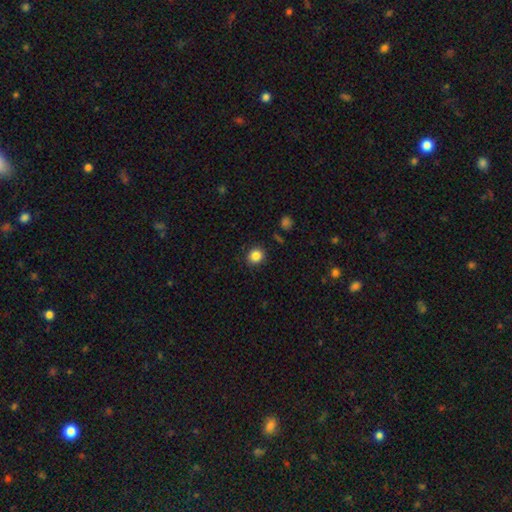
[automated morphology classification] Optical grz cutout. It shows a smooth galaxy with no disk features (85%) that is round (84%). Merging: none (89%).